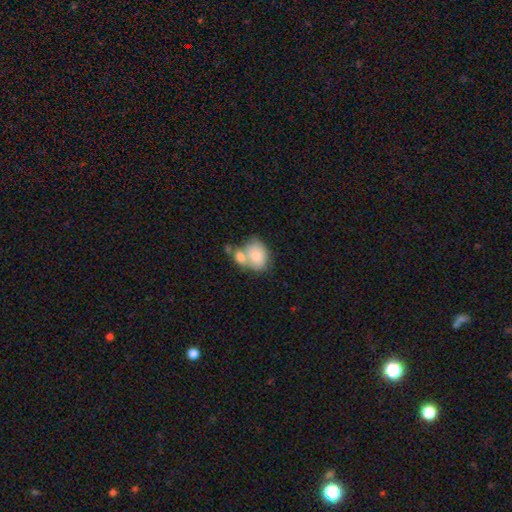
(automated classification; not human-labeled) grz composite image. It shows a smooth galaxy with no disk features (78%) that is in between round and cigar-shaped (64%). Merging: merger (54%).